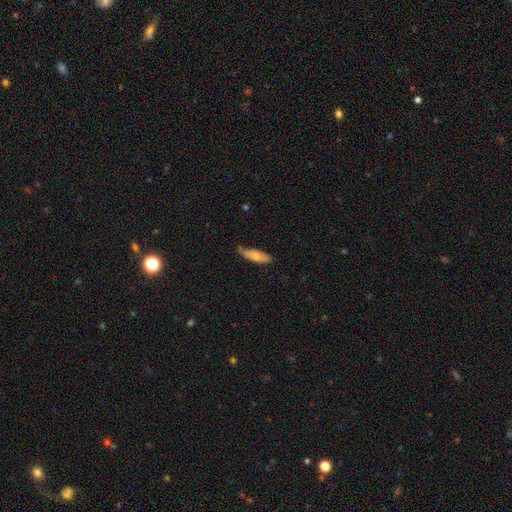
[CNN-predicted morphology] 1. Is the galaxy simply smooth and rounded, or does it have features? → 72% smooth, 22% featured or disk, 6% star or artifact.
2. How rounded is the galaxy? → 50% cigar-shaped, 48% in between, 2% round.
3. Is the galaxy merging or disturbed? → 64% none, 28% minor disturbance, 5% major disturbance, 3% merger.